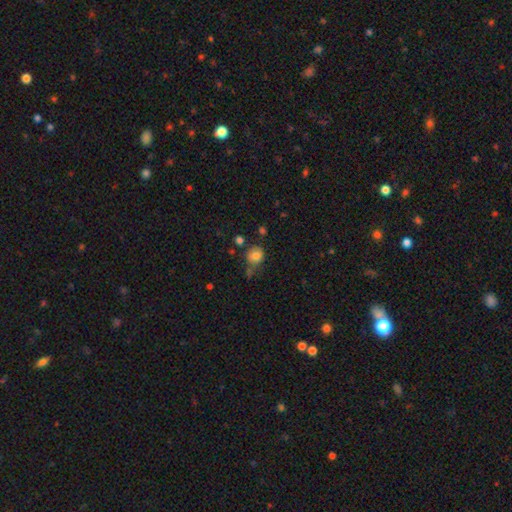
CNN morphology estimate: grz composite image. It shows a smooth galaxy with no disk features (78%) that is round (69%). Merging: none (54%).